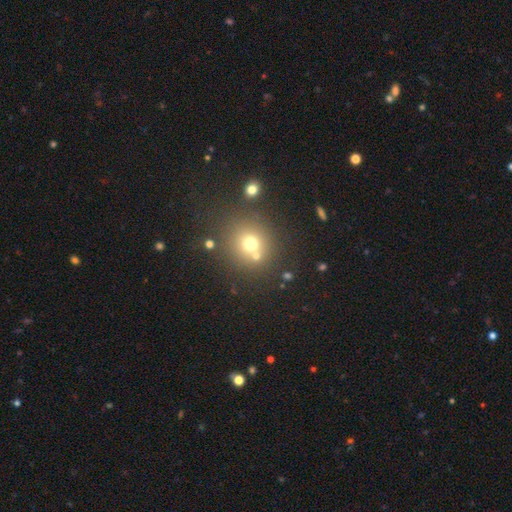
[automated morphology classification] This is likely a smooth galaxy (68%). How rounded: clearly round (87%). Merging: likely none (69%).